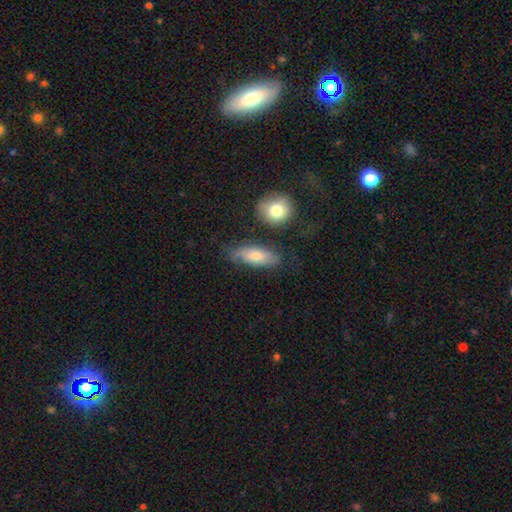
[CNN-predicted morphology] type=smooth (64%); roundness=in between (75%); merging=none (60%).